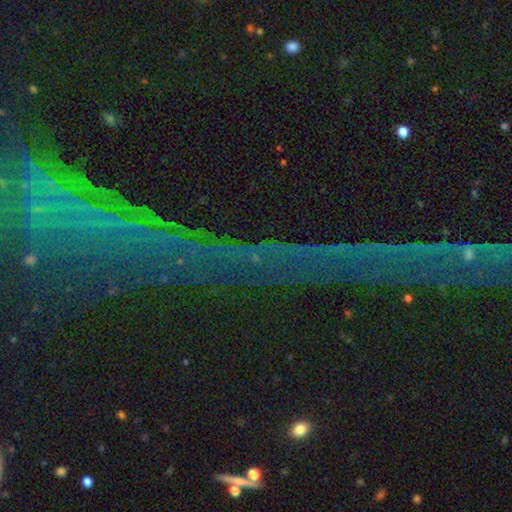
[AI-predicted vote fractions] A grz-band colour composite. It shows a star or artifact, not a galaxy (77%).